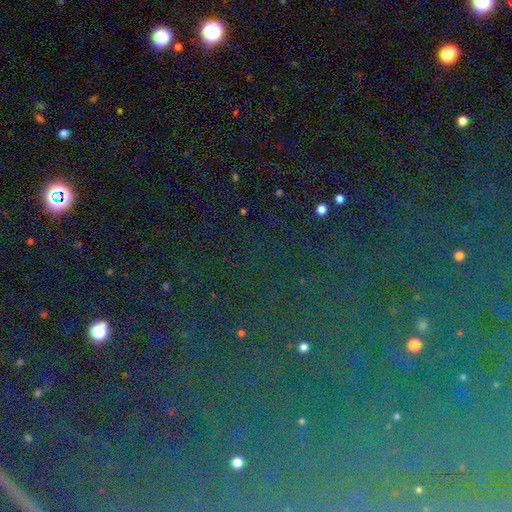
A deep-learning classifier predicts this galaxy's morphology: Smooth or featured: star or artifact — 79% (smooth — 12%)